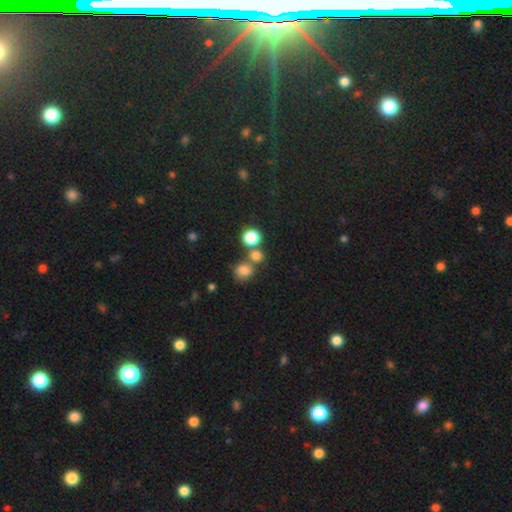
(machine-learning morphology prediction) A smooth galaxy with no disk features (76%) that is round (78%).

Vote fractions:
- Smooth or featured? smooth: 76% / star or artifact: 17% / featured or disk: 7%
- How rounded? round: 78% / in between: 20% / cigar-shaped: 1%
- Merging? none: 55% / merger: 32% / minor disturbance: 9% / major disturbance: 4%